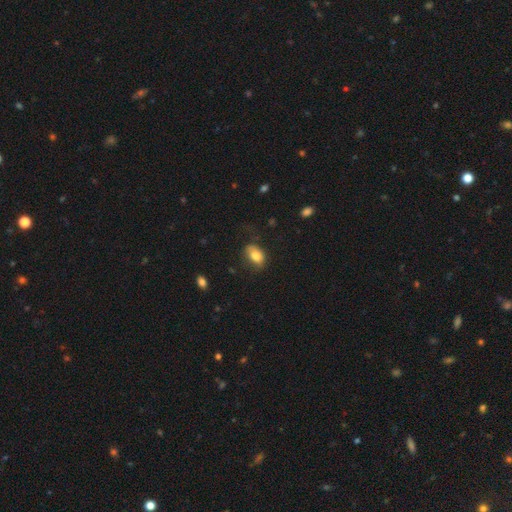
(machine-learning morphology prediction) Smooth or featured?
  - smooth: 80% *
  - featured or disk: 12%
  - star or artifact: 8%
How rounded?
  - in between: 84% *
  - round: 15%
  - cigar-shaped: 1%
Merging?
  - none: 63% *
  - minor disturbance: 25%
  - major disturbance: 10%
  - merger: 2%